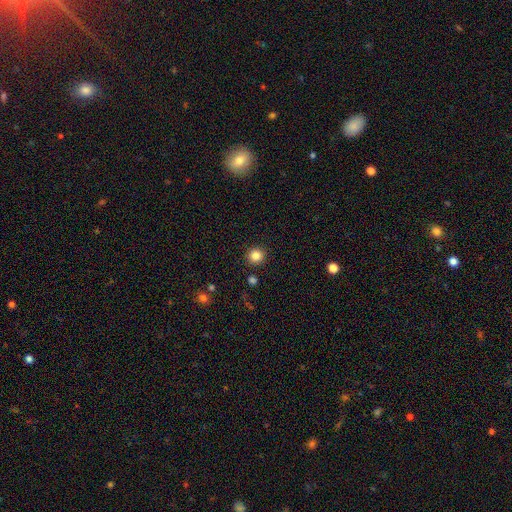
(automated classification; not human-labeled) smooth-or-featured: smooth: 84% | star or artifact: 11% | featured or disk: 4%
  how-rounded: round: 93% | in between: 6% | cigar-shaped: 1%
  merging: none: 91% | minor disturbance: 5% | merger: 2% | major disturbance: 2%